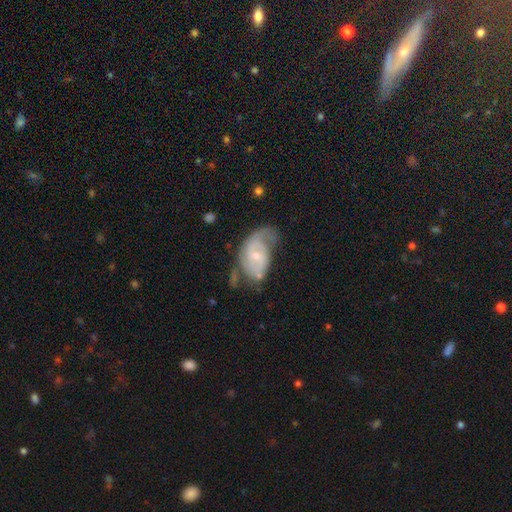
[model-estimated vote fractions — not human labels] A featured or disk galaxy (77%) with no bar (54%), 2 (62%) medium (43%) spiral arms (89%) and a small central bulge (66%). Merging: none (40%).